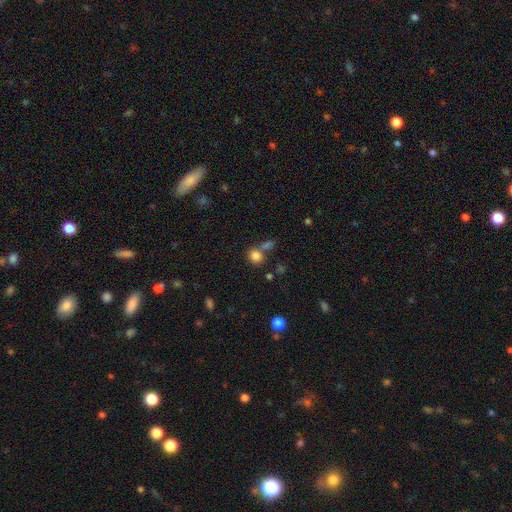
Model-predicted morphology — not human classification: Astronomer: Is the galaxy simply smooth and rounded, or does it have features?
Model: smooth — 82%.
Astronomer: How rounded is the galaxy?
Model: round — 75%.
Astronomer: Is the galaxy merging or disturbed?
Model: none — 63%.